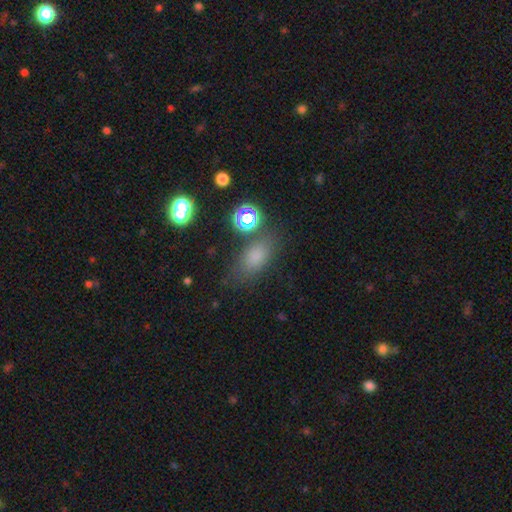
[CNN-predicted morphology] A smooth galaxy with no disk features (75%) that is in between round and cigar-shaped (77%).

Vote fractions:
- Smooth or featured? smooth: 75% / star or artifact: 16% / featured or disk: 9%
- How rounded? in between: 77% / round: 14% / cigar-shaped: 9%
- Merging? none: 72% / minor disturbance: 16% / major disturbance: 6% / merger: 6%